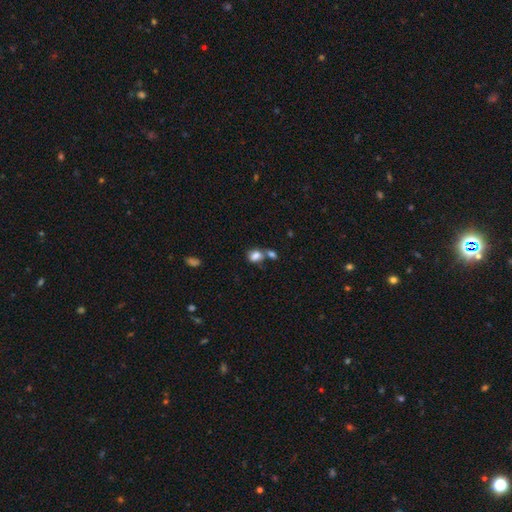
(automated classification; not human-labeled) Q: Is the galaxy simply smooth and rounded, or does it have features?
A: smooth — 82%.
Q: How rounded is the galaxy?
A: in between — 61%.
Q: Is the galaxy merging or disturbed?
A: merger — 43%.